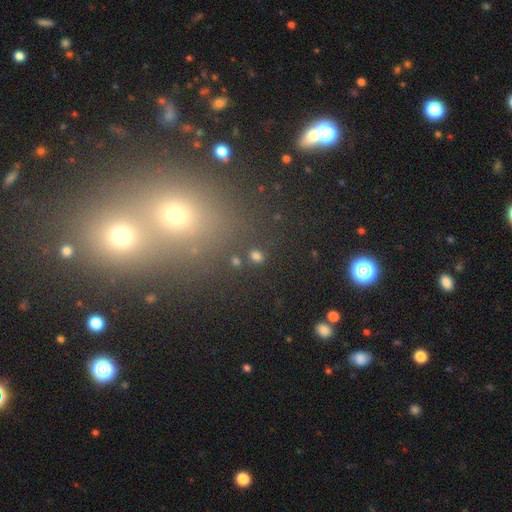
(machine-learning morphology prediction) Q: Smooth or featured?
A: smooth (57%); runner-up: star or artifact (34%)
Q: How rounded?
A: round (77%); runner-up: in between (20%)
Q: Merging?
A: none (80%); runner-up: minor disturbance (8%)